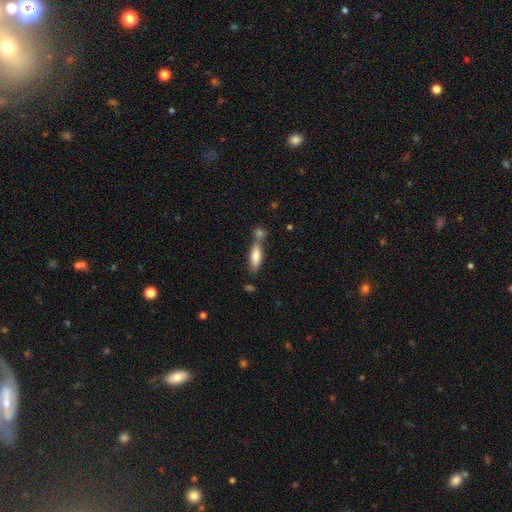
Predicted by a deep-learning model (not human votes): This is likely a smooth galaxy (76%). How rounded: possibly cigar-shaped (49%, tied with in between). Merging: possibly none (49%).